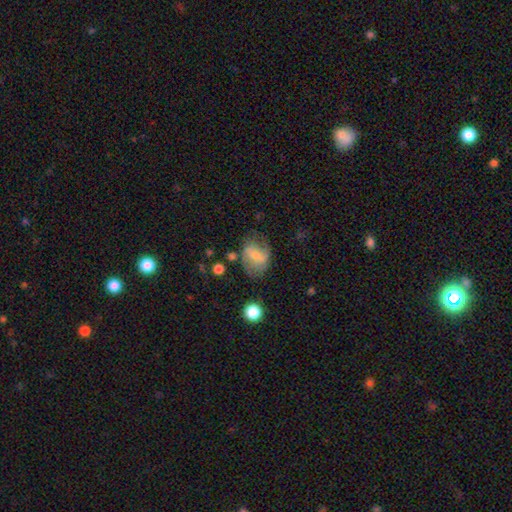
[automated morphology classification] Q: Smooth or featured?
A: featured or disk (47%); runner-up: smooth (44%)
Q: Merging?
A: none (54%); runner-up: minor disturbance (26%)